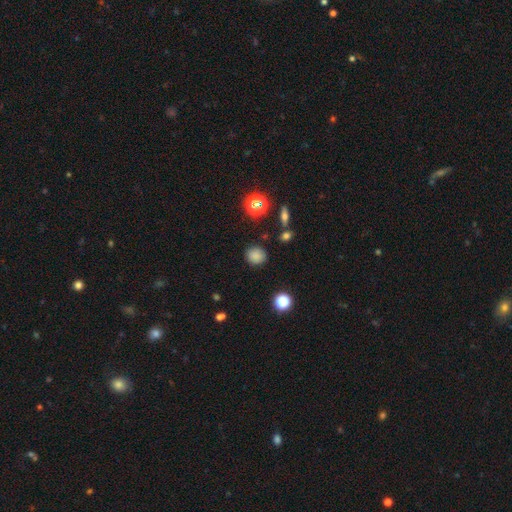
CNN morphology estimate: Q: Smooth or featured?
A: smooth (81%); runner-up: star or artifact (14%)
Q: How rounded?
A: round (83%); runner-up: in between (16%)
Q: Merging?
A: none (85%); runner-up: minor disturbance (10%)